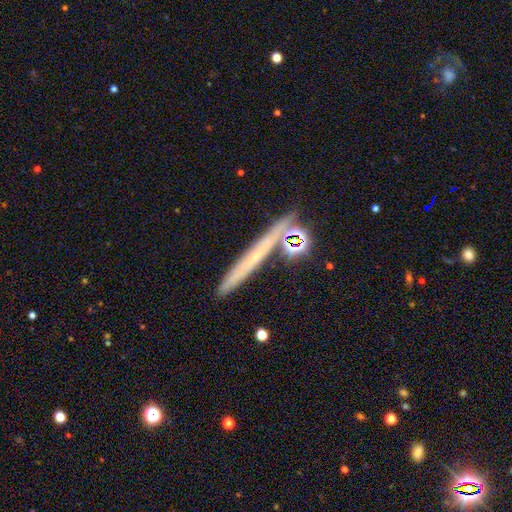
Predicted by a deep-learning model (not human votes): Morphology: type=featured or disk (46%); merging=none (77%).